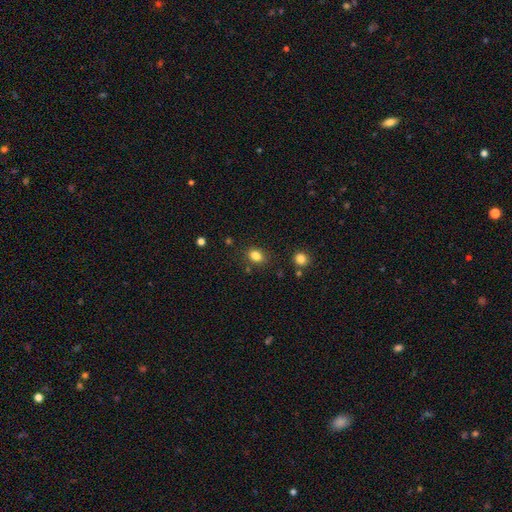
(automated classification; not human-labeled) This is clearly a smooth galaxy (84%). How rounded: likely in between (61%). Merging: clearly none (82%).